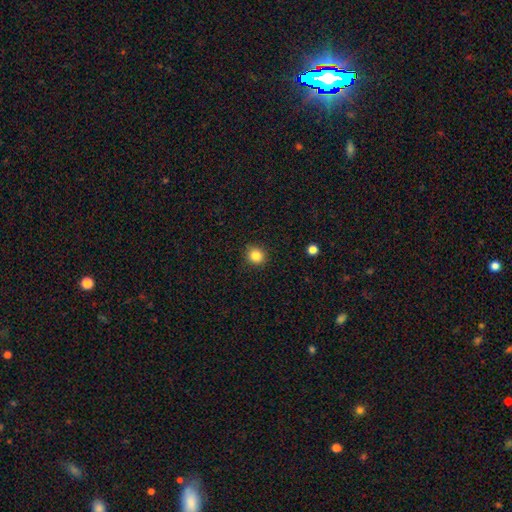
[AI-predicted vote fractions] Smooth or featured: smooth — 85% (star or artifact — 11%)
How rounded: round — 90% (in between — 9%)
Merging: none — 91% (minor disturbance — 6%)